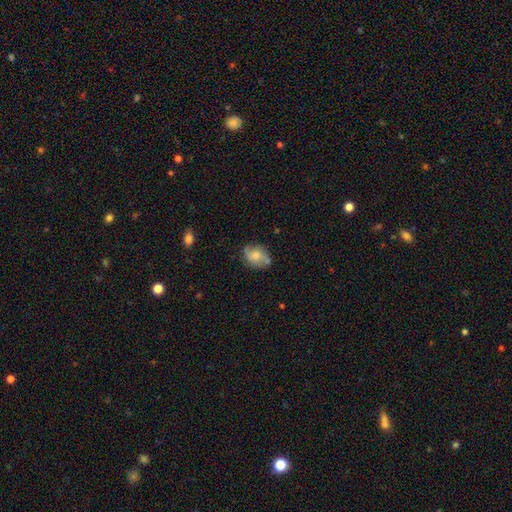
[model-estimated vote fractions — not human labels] Smooth or featured? smooth (53%)
How rounded? in between (62%)
Merging? none (61%)